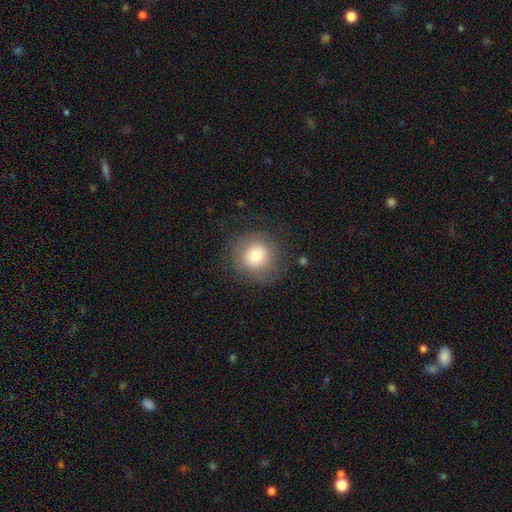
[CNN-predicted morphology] This appears to be a smooth galaxy with no disk features (77%) that is round (91%). Merging: none (81%).